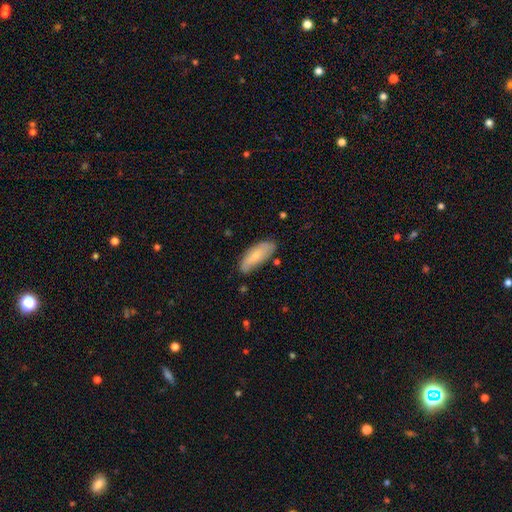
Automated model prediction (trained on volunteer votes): Smooth or featured? smooth (68%)
How rounded? in between (74%)
Merging? none (69%)